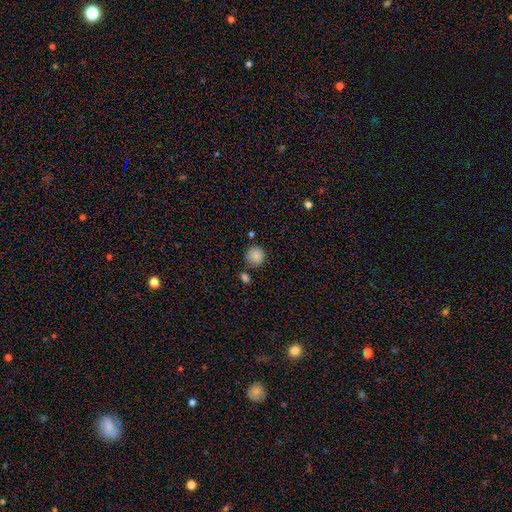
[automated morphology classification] This is clearly a smooth galaxy (86%). How rounded: clearly round (93%). Merging: clearly none (81%).